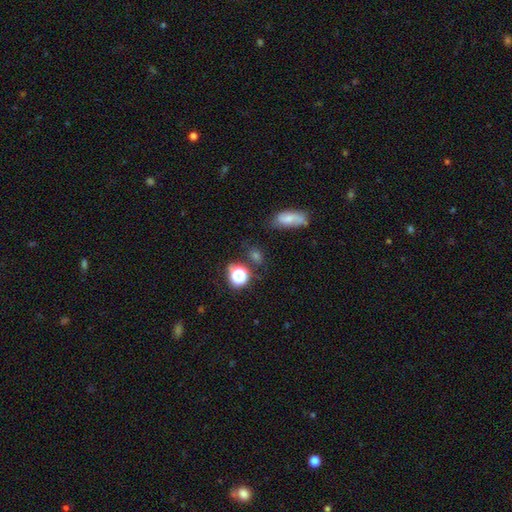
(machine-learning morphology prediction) This appears to be a smooth galaxy with no disk features (54%) that is round (64%). Merging: none (69%).